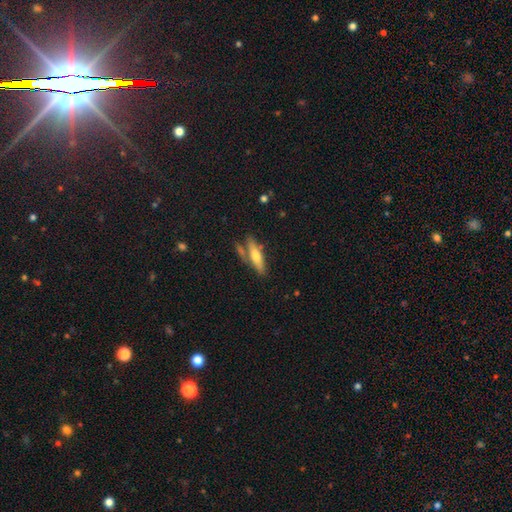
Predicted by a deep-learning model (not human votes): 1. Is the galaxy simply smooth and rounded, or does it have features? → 53% smooth, 40% featured or disk, 6% star or artifact.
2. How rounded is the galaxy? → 72% cigar-shaped, 26% in between, 2% round.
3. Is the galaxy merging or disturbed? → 68% none, 15% minor disturbance, 13% merger, 4% major disturbance.